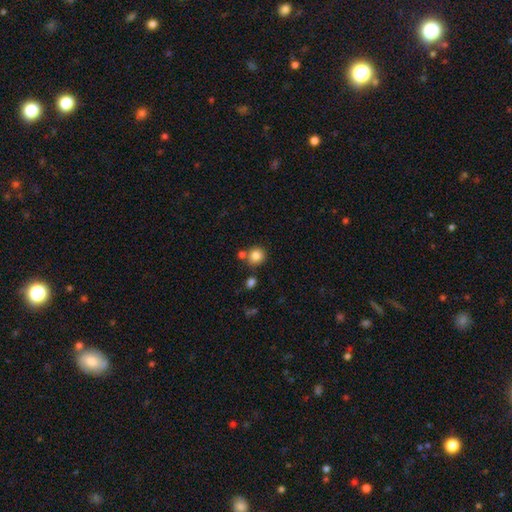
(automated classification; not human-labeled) A smooth galaxy with no disk features (83%) that is round (90%). Merging: none (73%).